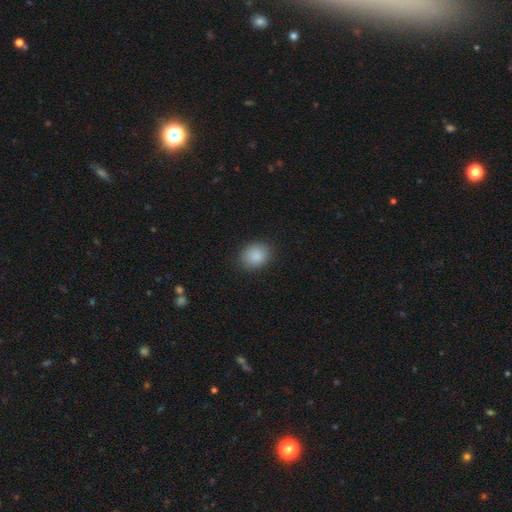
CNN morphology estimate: This is clearly a smooth galaxy (88%). How rounded: possibly round (53%). Merging: clearly none (87%).